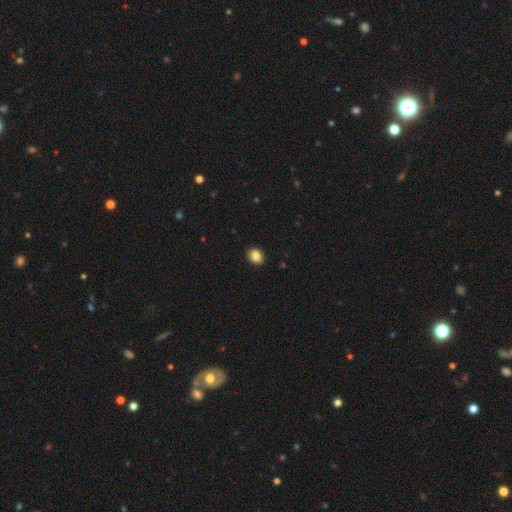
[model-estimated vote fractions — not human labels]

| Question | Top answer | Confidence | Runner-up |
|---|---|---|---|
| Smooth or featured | smooth | 85% | star or artifact (9%) |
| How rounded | round | 50% | in between (49%) |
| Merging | none | 91% | minor disturbance (6%) |